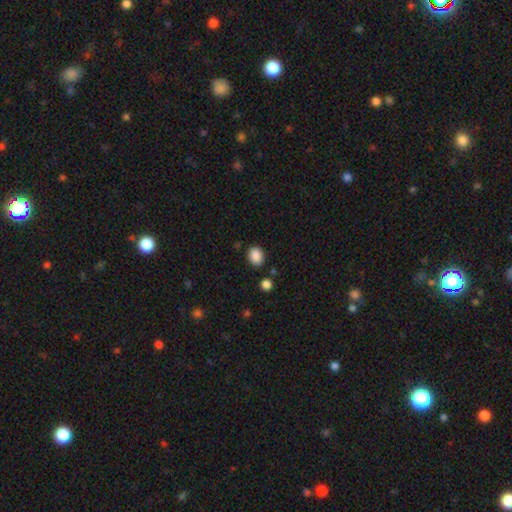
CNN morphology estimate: Smooth or featured?
  - smooth: 88% *
  - star or artifact: 9%
  - featured or disk: 3%
How rounded?
  - in between: 53% *
  - round: 46%
  - cigar-shaped: 1%
Merging?
  - none: 84% *
  - minor disturbance: 10%
  - merger: 3%
  - major disturbance: 3%